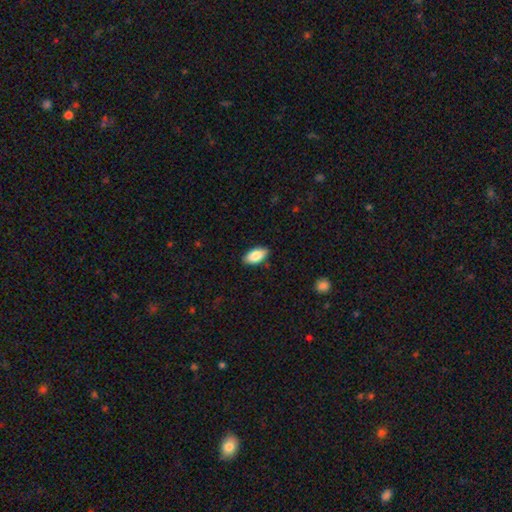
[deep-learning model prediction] Smooth or featured? smooth (86%)
How rounded? in between (93%)
Merging? none (88%)